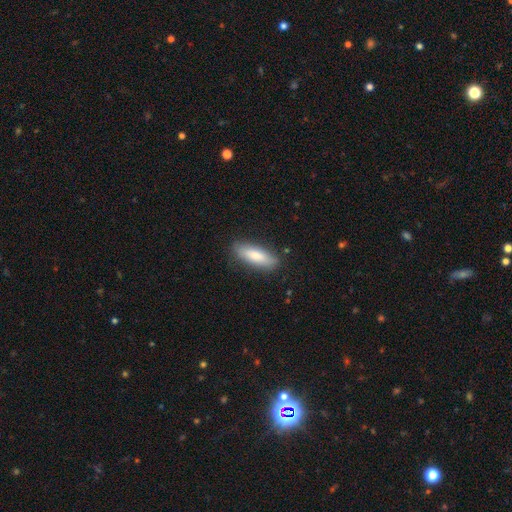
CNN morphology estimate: type=smooth (79%); roundness=in between (56%); merging=none (84%).